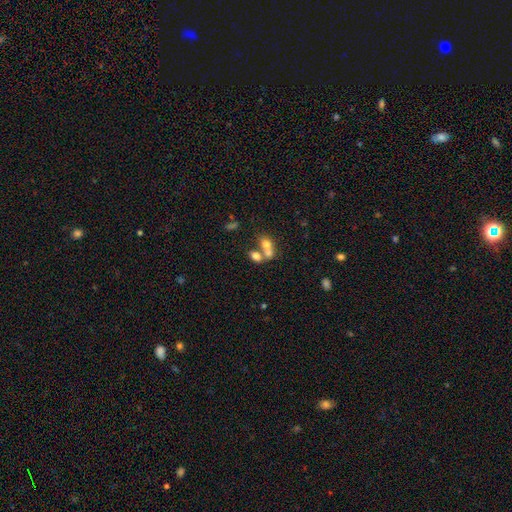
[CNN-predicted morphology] type=smooth (68%); roundness=in between (72%); merging=merger (61%).